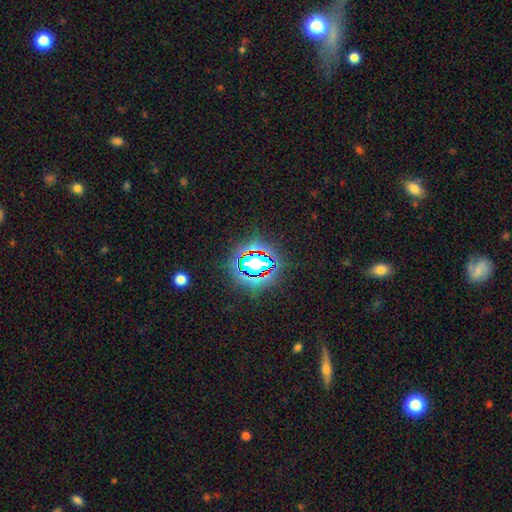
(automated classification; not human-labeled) smooth_or_featured: star or artifact (p=0.79) [alt: smooth p=0.13]